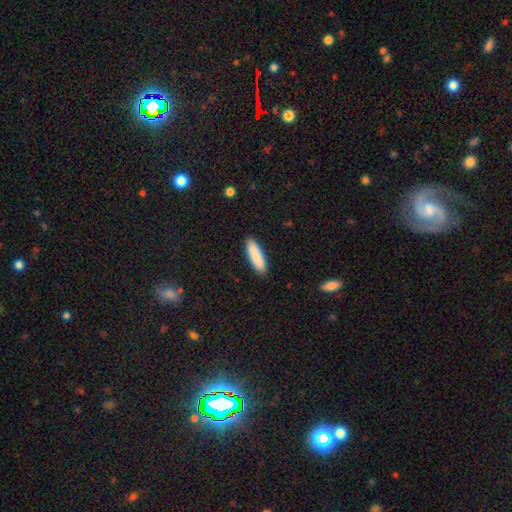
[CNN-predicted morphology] Smooth or featured? smooth (89%)
How rounded? cigar-shaped (57%)
Merging? none (89%)